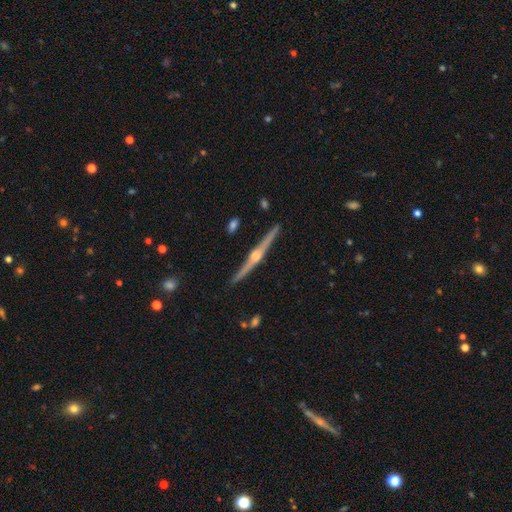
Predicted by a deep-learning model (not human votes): Morphology: type=featured or disk (87%); edge-on=yes (99%); edge-on bulge=rounded (93%); merging=none (92%).